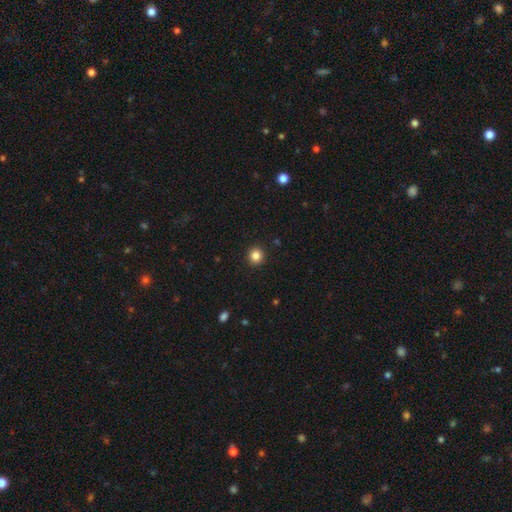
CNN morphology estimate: A smooth galaxy with no disk features (84%) that is round (92%).

Vote fractions:
- Smooth or featured? smooth: 84% / star or artifact: 11% / featured or disk: 4%
- How rounded? round: 92% / in between: 7% / cigar-shaped: 1%
- Merging? none: 93% / minor disturbance: 5% / major disturbance: 2% / merger: 1%